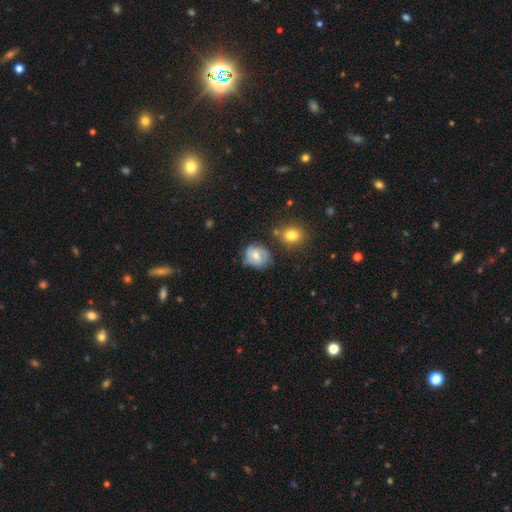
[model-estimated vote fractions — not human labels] smooth-or-featured: smooth: 50% | featured or disk: 42% | star or artifact: 9%
  merging: none: 61% | minor disturbance: 26% | major disturbance: 8% | merger: 5%